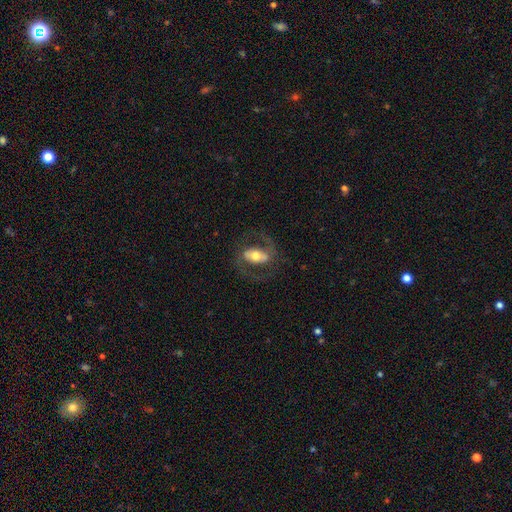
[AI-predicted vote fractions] featured or disk 66%, smooth 27%, star or artifact 7%. Down the decision tree: edge-on disk — no (93%); bar — strong (40%); spiral arms — yes (74%); bulge size — moderate (64%); merging — none (69%).